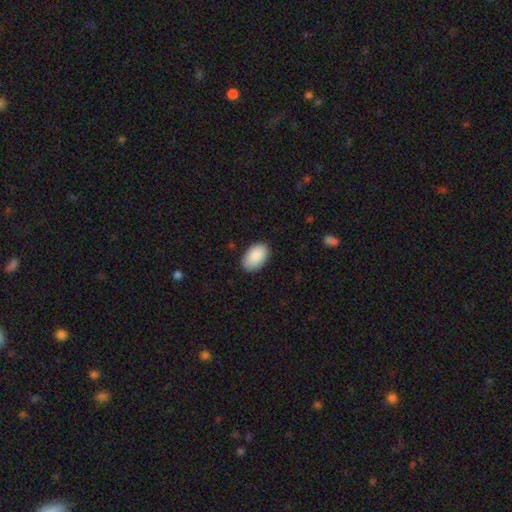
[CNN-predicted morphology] smooth_or_featured: smooth (p=0.90) [alt: star or artifact p=0.06]
how_rounded: in between (p=0.94) [alt: round p=0.05]
merging: none (p=0.85) [alt: minor disturbance p=0.12]